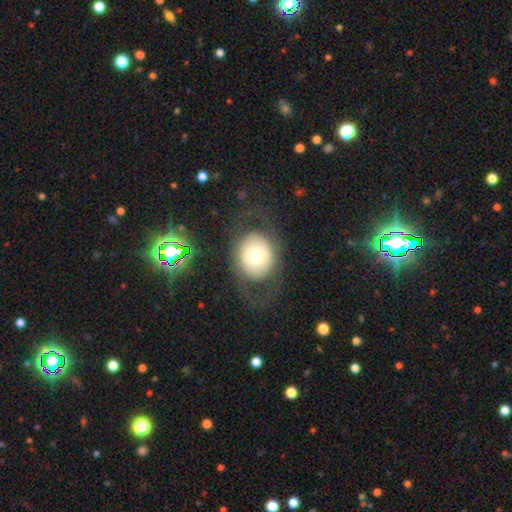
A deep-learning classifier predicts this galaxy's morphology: Q: Smooth or featured?
A: smooth (51%); runner-up: featured or disk (41%)
Q: How rounded?
A: round (50%); runner-up: in between (49%)
Q: Merging?
A: none (74%); runner-up: major disturbance (13%)